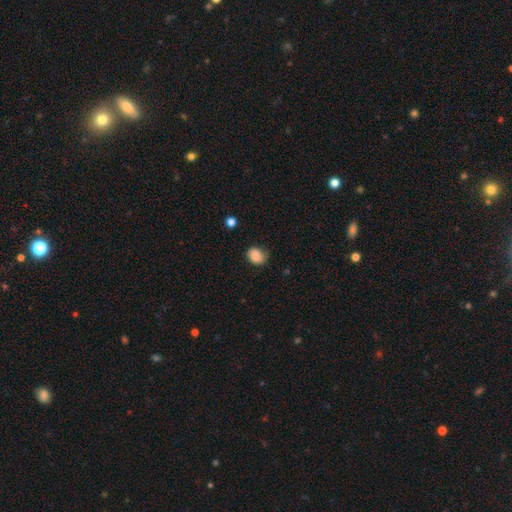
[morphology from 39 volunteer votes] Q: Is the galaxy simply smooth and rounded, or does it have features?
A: smooth — 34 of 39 (87%).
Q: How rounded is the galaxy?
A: round — 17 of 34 (50%, tied with in between).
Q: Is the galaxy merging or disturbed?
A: none — 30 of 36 (83%).